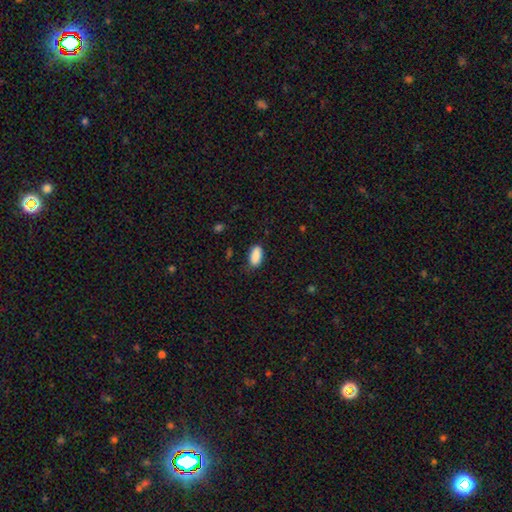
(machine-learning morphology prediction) Smooth or featured?
  - smooth: 90% *
  - star or artifact: 7%
  - featured or disk: 3%
How rounded?
  - in between: 92% *
  - cigar-shaped: 5%
  - round: 3%
Merging?
  - none: 81% *
  - minor disturbance: 14%
  - major disturbance: 3%
  - merger: 1%